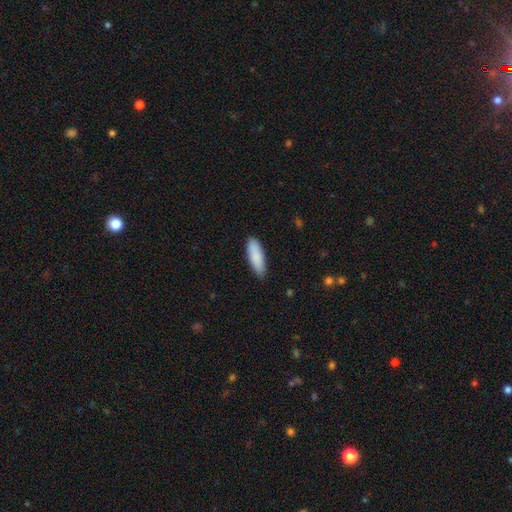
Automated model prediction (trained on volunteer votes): Q: Smooth or featured?
A: smooth (88%); runner-up: featured or disk (6%)
Q: How rounded?
A: in between (53%); runner-up: cigar-shaped (46%)
Q: Merging?
A: none (84%); runner-up: minor disturbance (13%)